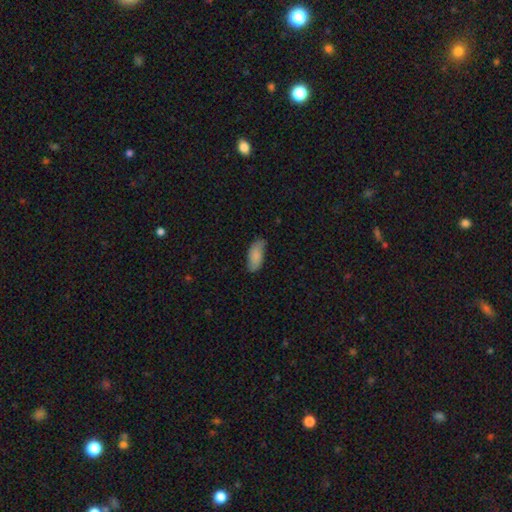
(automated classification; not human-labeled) Q: Smooth or featured?
A: smooth (83%); runner-up: featured or disk (10%)
Q: How rounded?
A: in between (87%); runner-up: cigar-shaped (11%)
Q: Merging?
A: none (66%); runner-up: minor disturbance (27%)